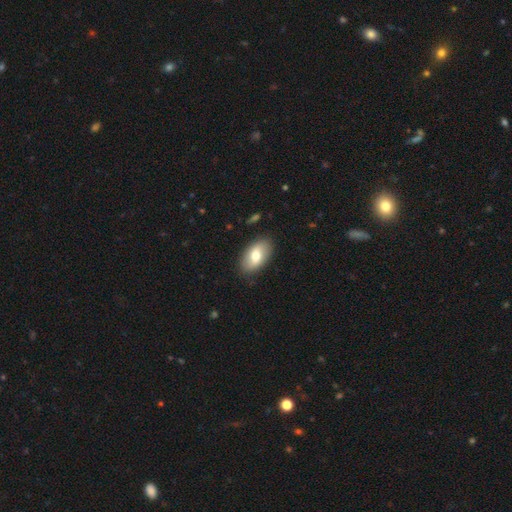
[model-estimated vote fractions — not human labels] This appears to be a smooth galaxy with no disk features (68%) that is in between round and cigar-shaped (93%). Merging: none (86%).